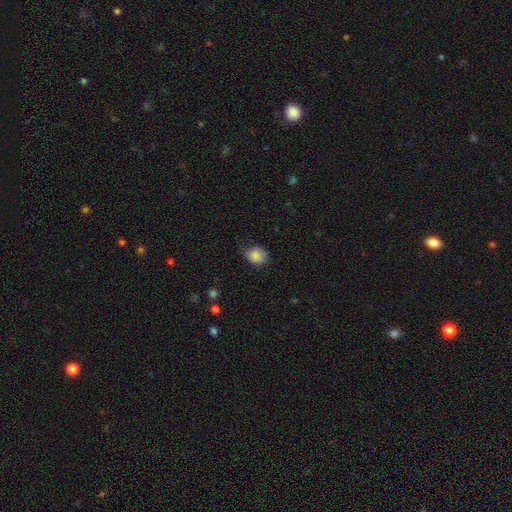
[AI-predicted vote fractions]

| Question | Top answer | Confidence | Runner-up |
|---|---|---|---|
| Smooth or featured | smooth | 86% | star or artifact (8%) |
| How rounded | round | 63% | in between (36%) |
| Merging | none | 65% | minor disturbance (27%) |